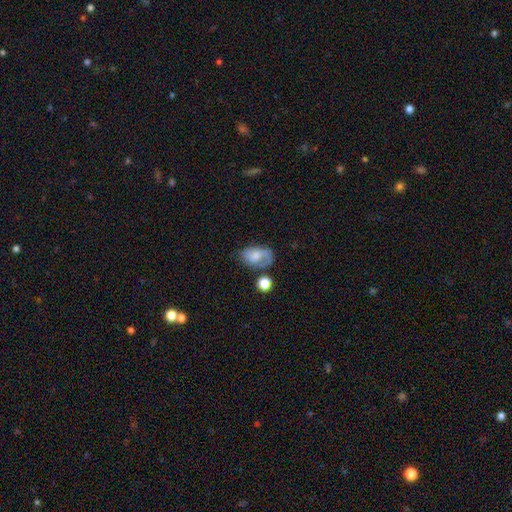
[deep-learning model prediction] The model was most divided on "merging": none: 46%, minor disturbance: 29%, major disturbance: 16%, merger: 9%. More confident: how rounded — in between (84%); smooth or featured — smooth (57%).